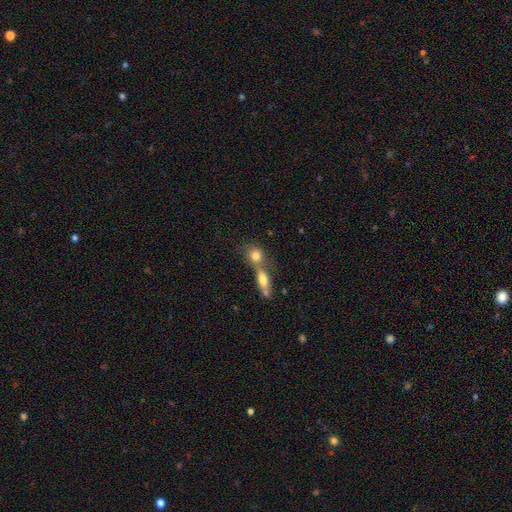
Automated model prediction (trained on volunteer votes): smooth 78%, featured or disk 13%, star or artifact 9%. Down the decision tree: how rounded — round (59%); merging — merger (59%).